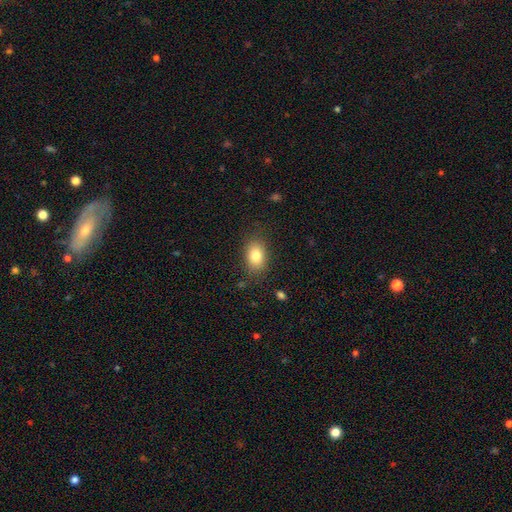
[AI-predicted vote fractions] Smooth or featured? Predicted: smooth (p=0.82). How rounded? Predicted: in between (p=0.82). Merging? Predicted: none (p=0.83).